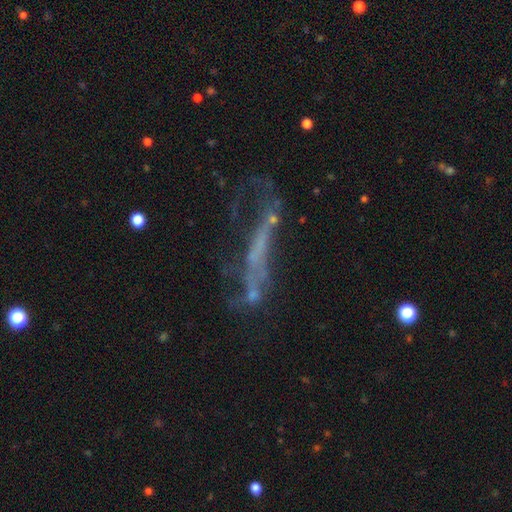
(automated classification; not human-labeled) This is possibly a featured or disk galaxy (52%). It is likely not viewed edge-on (66%). Merging: marginally major disturbance (35%).